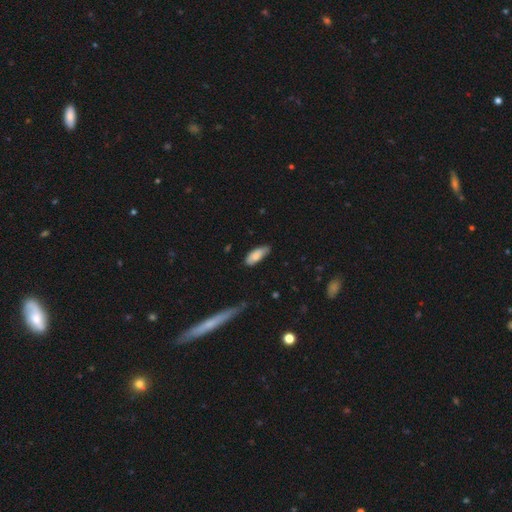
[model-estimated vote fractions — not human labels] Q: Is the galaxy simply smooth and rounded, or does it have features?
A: smooth — 83%.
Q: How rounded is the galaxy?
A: in between — 79%.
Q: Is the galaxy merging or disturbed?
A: none — 67%.